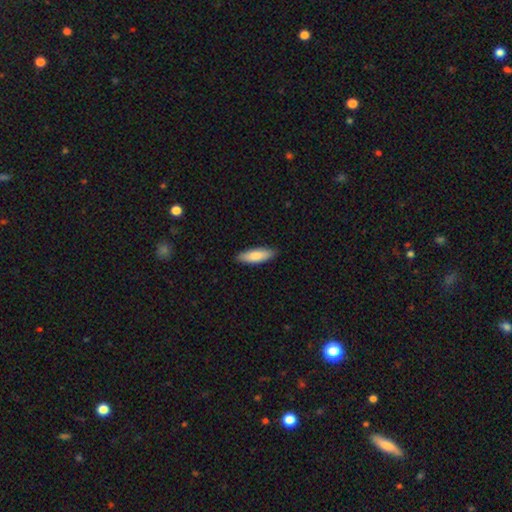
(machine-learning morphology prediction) smooth 82%, featured or disk 12%, star or artifact 5%. Down the decision tree: how rounded — in between (53%); merging — none (88%).